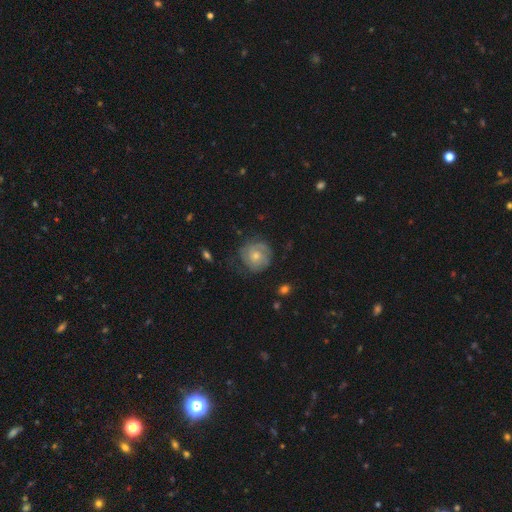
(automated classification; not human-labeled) Smooth or featured? featured or disk (63%)
Edge-on disk? no (98%)
Bar? no (77%)
Spiral arms? yes (85%)
Spiral winding? tight (64%)
Spiral arm count? 2 (40%)
Bulge size? moderate (48%)
Merging? none (68%)